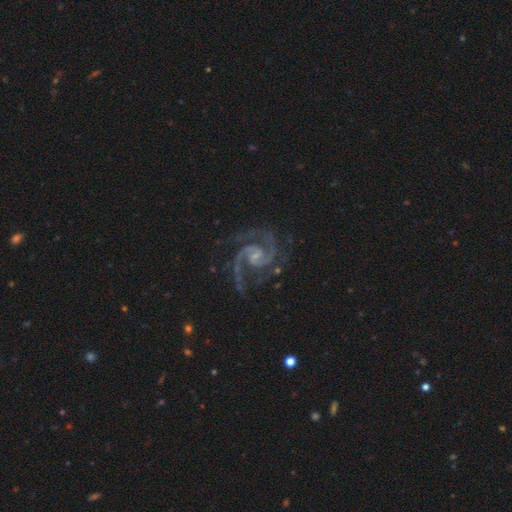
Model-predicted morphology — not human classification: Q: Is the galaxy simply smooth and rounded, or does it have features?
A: featured or disk — 94%.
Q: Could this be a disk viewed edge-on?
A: no — 99%.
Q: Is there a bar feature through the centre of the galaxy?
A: weak — 47%.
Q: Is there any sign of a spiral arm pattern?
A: yes — 99%.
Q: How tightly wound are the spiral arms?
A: medium — 64%.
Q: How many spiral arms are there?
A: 2 — 90%.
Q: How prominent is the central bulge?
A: small — 65%.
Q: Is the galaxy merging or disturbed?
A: none — 74%.